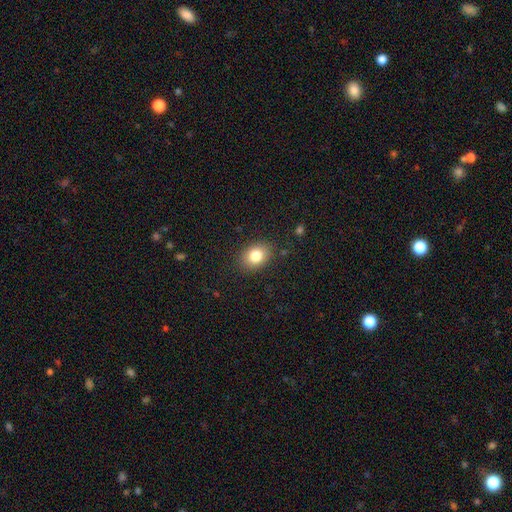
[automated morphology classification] Q: Smooth or featured?
A: smooth (82%); runner-up: star or artifact (10%)
Q: How rounded?
A: in between (68%); runner-up: round (31%)
Q: Merging?
A: none (86%); runner-up: minor disturbance (10%)